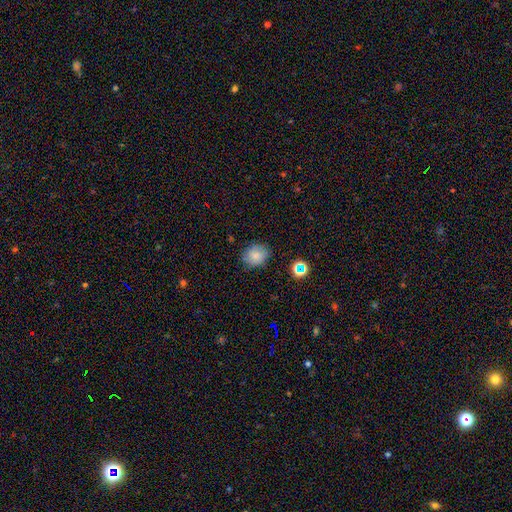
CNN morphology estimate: Smooth or featured: smooth — 79% (star or artifact — 11%)
How rounded: round — 67% (in between — 32%)
Merging: none — 80% (minor disturbance — 15%)